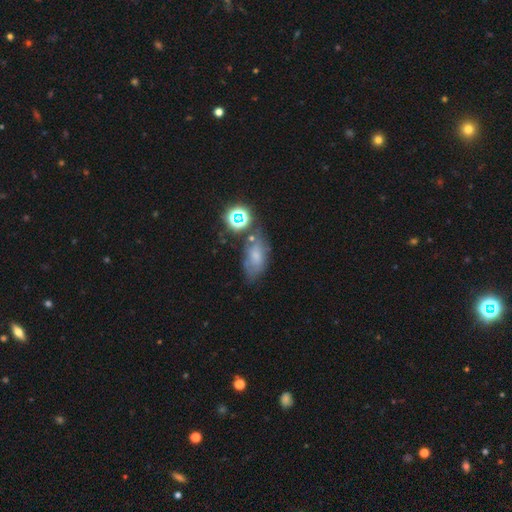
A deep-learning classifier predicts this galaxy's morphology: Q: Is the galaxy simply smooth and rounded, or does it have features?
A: smooth — 53%.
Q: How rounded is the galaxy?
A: in between — 85%.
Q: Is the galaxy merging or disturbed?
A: none — 52%.